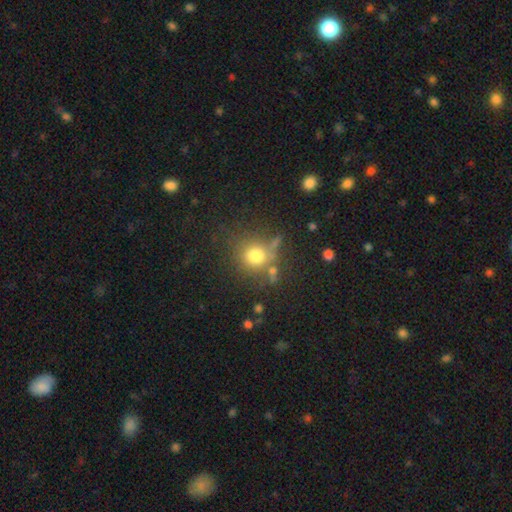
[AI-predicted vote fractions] smooth_or_featured: smooth (p=0.73) [alt: star or artifact p=0.17]
how_rounded: round (p=0.88) [alt: in between p=0.11]
merging: none (p=0.69) [alt: minor disturbance p=0.14]